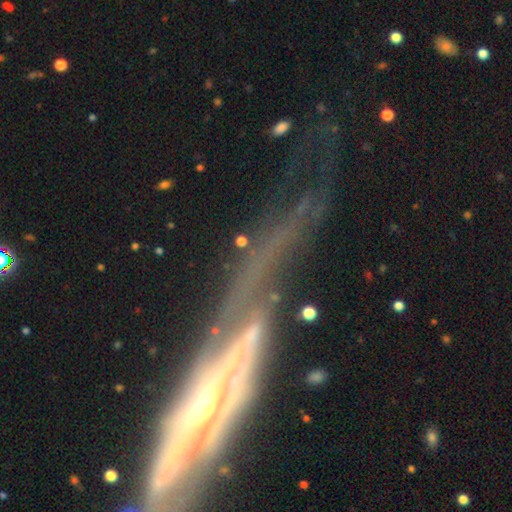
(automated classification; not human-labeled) Smooth or featured?
  - featured or disk: 80% *
  - star or artifact: 10%
  - smooth: 10%
Edge-on disk?
  - yes: 56% *
  - no: 44%
Merging?
  - none: 49% *
  - major disturbance: 25%
  - minor disturbance: 20%
  - merger: 6%